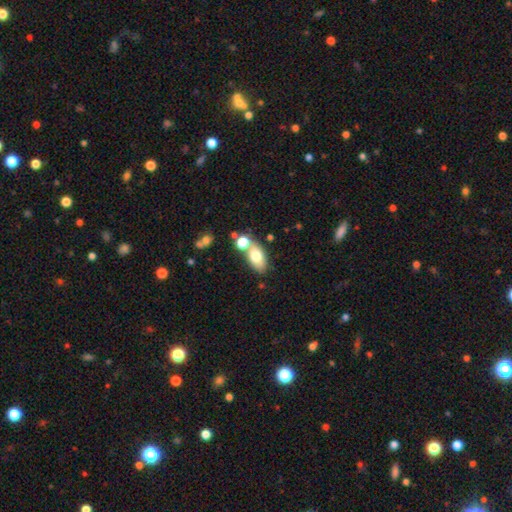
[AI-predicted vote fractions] A smooth galaxy with no disk features (74%) that is in between round and cigar-shaped (87%). Merging: none (52%).